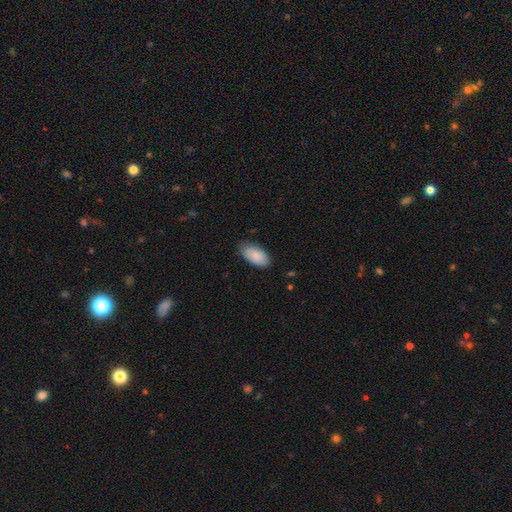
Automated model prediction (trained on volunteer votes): Morphology: type=smooth (88%); roundness=in between (95%); merging=none (77%).